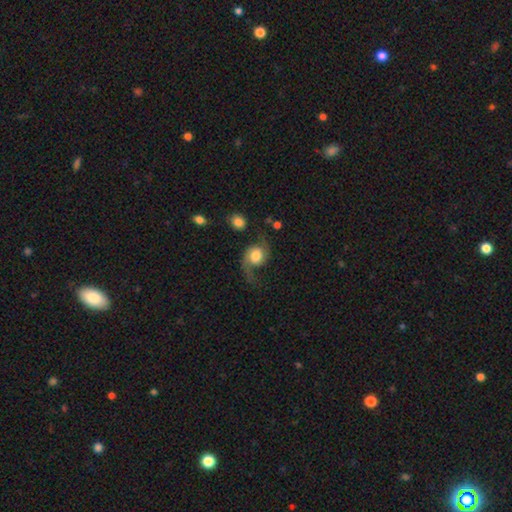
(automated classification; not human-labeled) The model was most divided on "bulge size": moderate: 42%, large: 38%, dominant: 10%, small: 8%, none: 3%. Remaining: edge-on disk — no (97%); spiral arms — yes (93%); spiral arm count — 2 (74%); spiral winding — loose (73%); bar — no (72%); smooth or featured — featured or disk (63%); merging — none (49%).